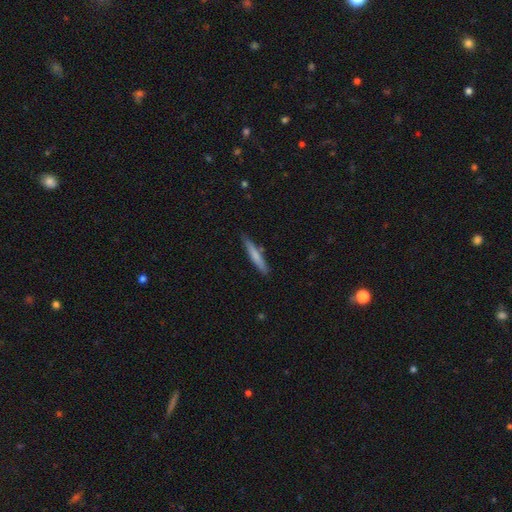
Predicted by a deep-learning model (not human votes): Smooth or featured? Predicted: smooth (p=0.70). How rounded? Predicted: cigar-shaped (p=0.94). Merging? Predicted: none (p=0.84).